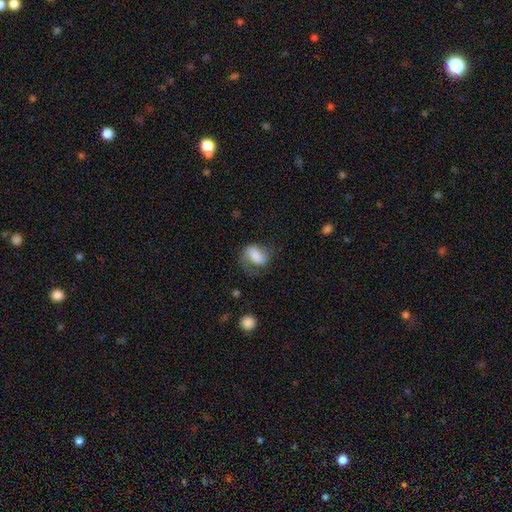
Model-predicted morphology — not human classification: smooth 49%, featured or disk 42%, star or artifact 9%. Down the decision tree: merging — none (47%).